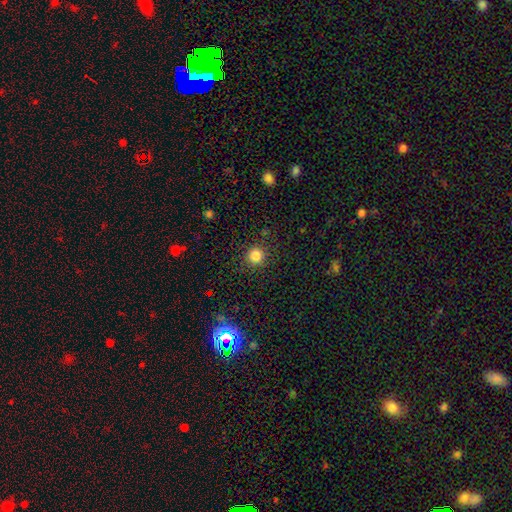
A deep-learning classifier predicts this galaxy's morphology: Overall: smooth (82%). How rounded: round (92%). Merging: none (88%).